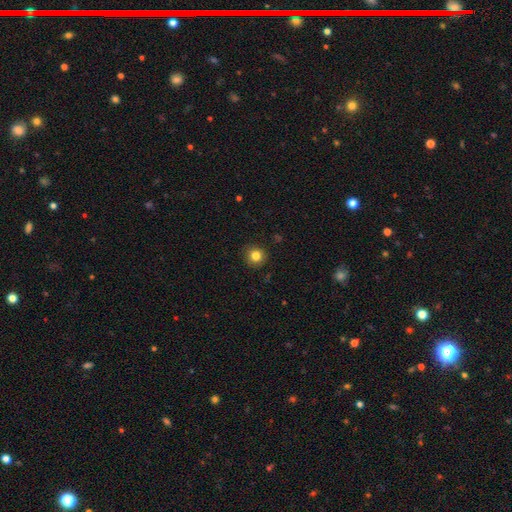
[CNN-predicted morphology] A smooth galaxy with no disk features (82%) that is round (93%). Merging: none (91%).